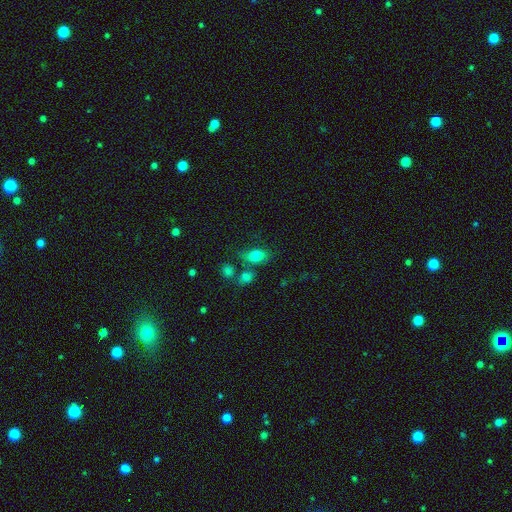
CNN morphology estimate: A smooth galaxy with no disk features (79%) that is in between round and cigar-shaped (82%).

Vote fractions:
- Smooth or featured? smooth: 79% / featured or disk: 11% / star or artifact: 10%
- How rounded? in between: 82% / round: 15% / cigar-shaped: 3%
- Merging? none: 62% / minor disturbance: 17% / merger: 14% / major disturbance: 7%